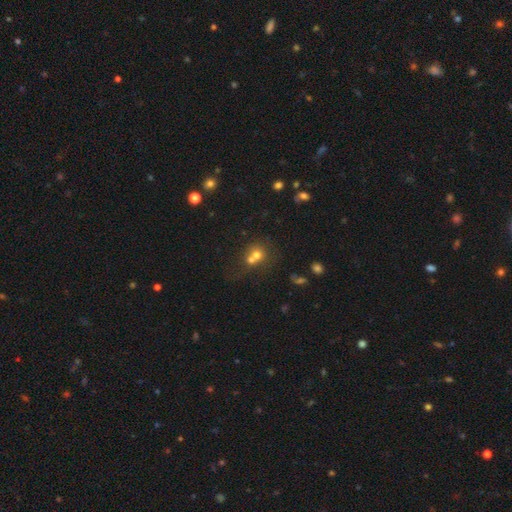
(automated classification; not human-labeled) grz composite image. It shows a smooth galaxy with no disk features (65%) that is round (78%). Merging: merger (60%).